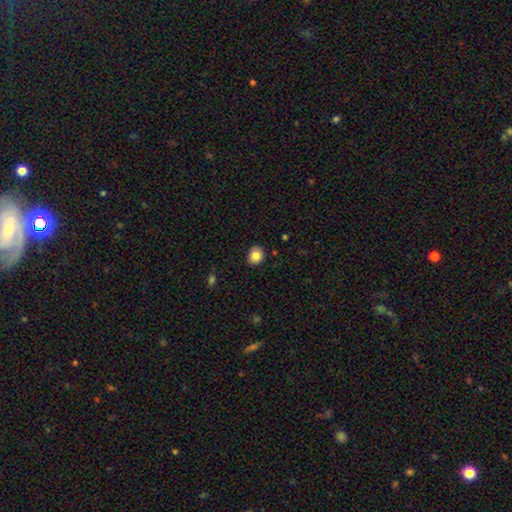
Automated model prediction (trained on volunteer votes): Smooth or featured? smooth (83%)
How rounded? round (71%)
Merging? none (88%)